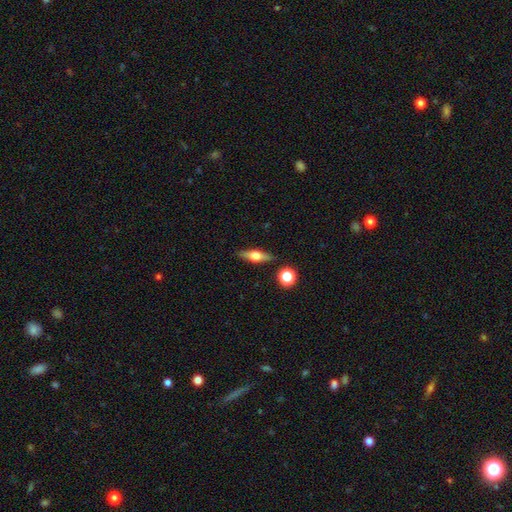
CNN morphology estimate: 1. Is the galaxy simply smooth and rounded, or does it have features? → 49% featured or disk, 43% smooth, 8% star or artifact.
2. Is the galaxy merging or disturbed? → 85% none, 9% minor disturbance, 3% merger, 2% major disturbance.